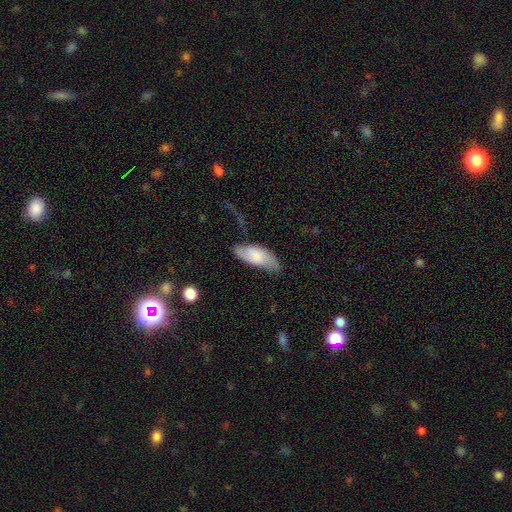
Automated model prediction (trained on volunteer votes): smooth_or_featured: smooth (p=0.64) [alt: featured or disk p=0.29]
how_rounded: in between (p=0.83) [alt: cigar-shaped p=0.15]
merging: none (p=0.56) [alt: minor disturbance p=0.28]